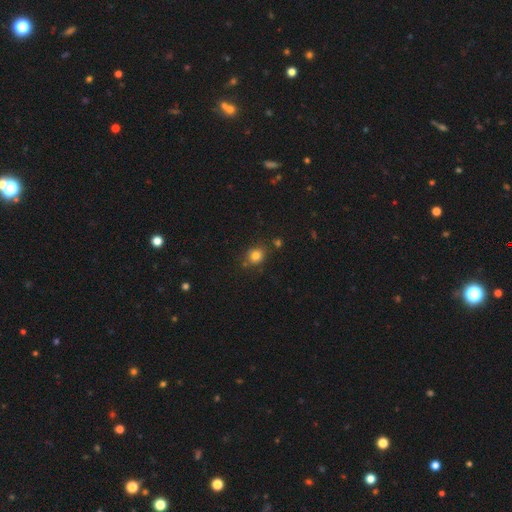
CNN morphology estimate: This appears to be a smooth galaxy with no disk features (80%) that is round (78%). Merging: none (78%).